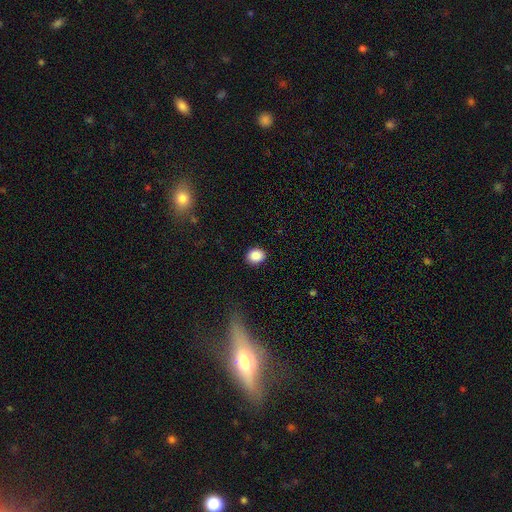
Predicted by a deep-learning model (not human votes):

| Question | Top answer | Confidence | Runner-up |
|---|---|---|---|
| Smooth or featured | smooth | 88% | star or artifact (8%) |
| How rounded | round | 59% | in between (40%) |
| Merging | none | 90% | minor disturbance (7%) |